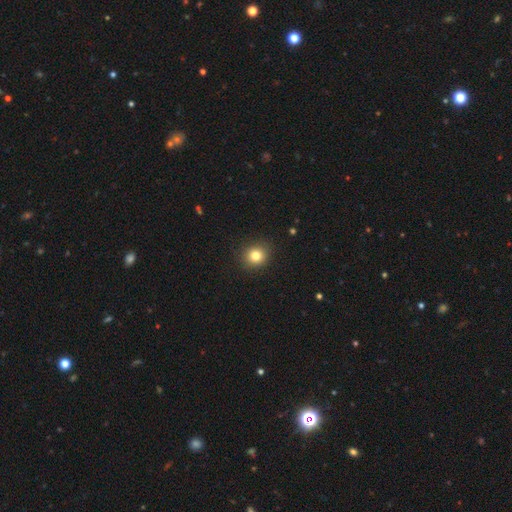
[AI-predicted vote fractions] Smooth or featured? smooth (81%)
How rounded? round (84%)
Merging? none (90%)